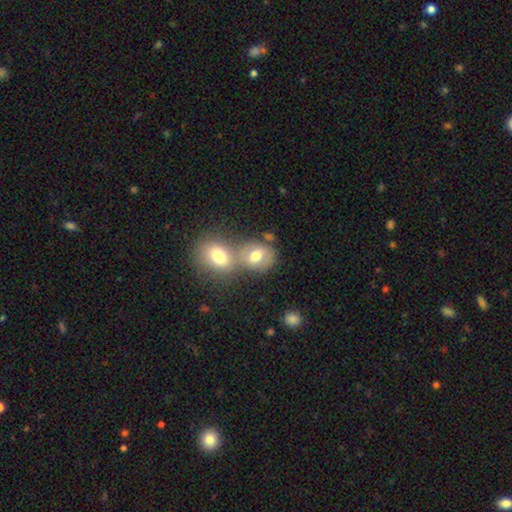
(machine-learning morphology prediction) Smooth or featured? Predicted: smooth (p=0.70). How rounded? Predicted: in between (p=0.52). Merging? Predicted: merger (p=0.53).